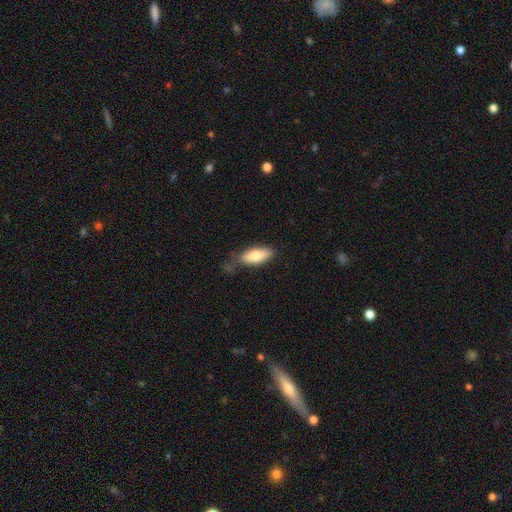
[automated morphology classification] smooth_or_featured: smooth (p=0.81) [alt: featured or disk p=0.13]
how_rounded: in between (p=0.77) [alt: cigar-shaped p=0.21]
merging: none (p=0.64) [alt: minor disturbance p=0.25]